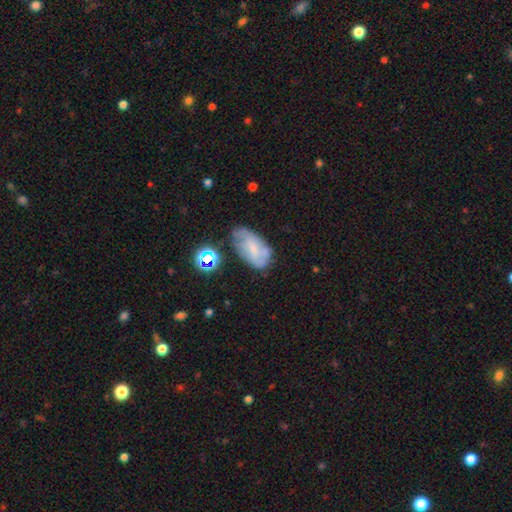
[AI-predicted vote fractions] This is marginally a smooth galaxy (45%). Merging: possibly none (45%).